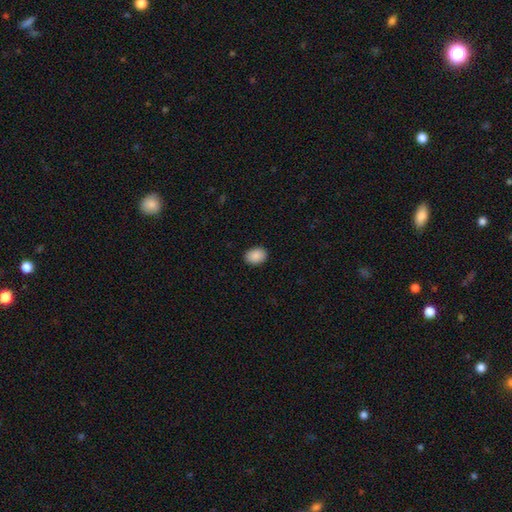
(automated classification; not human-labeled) This is clearly a smooth galaxy (90%). How rounded: likely in between (70%). Merging: clearly none (90%).